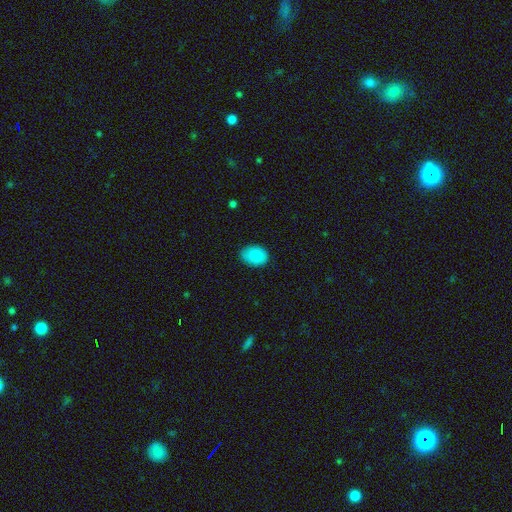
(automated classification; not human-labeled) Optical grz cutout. It shows a smooth galaxy with no disk features (88%) that is in between round and cigar-shaped (73%). Merging: none (79%).